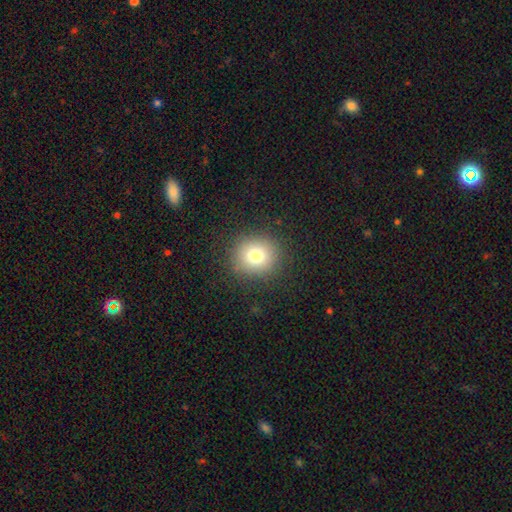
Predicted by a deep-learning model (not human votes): This appears to be a smooth galaxy with no disk features (78%) that is round (89%). Merging: none (88%).